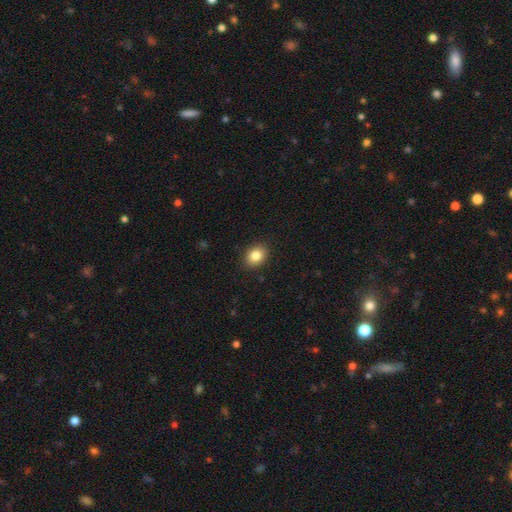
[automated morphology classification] Smooth or featured? Predicted: smooth (p=0.84). How rounded? Predicted: in between (p=0.58). Merging? Predicted: none (p=0.89).